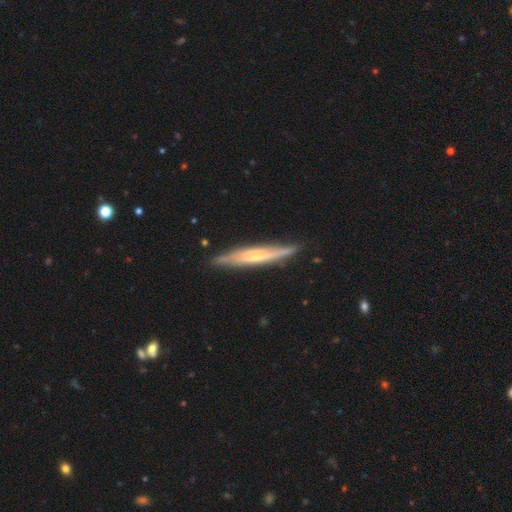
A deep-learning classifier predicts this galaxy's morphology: A featured or disk galaxy (61%) viewed edge-on (86%) with a rounded central bulge (52%). Merging: none (83%).